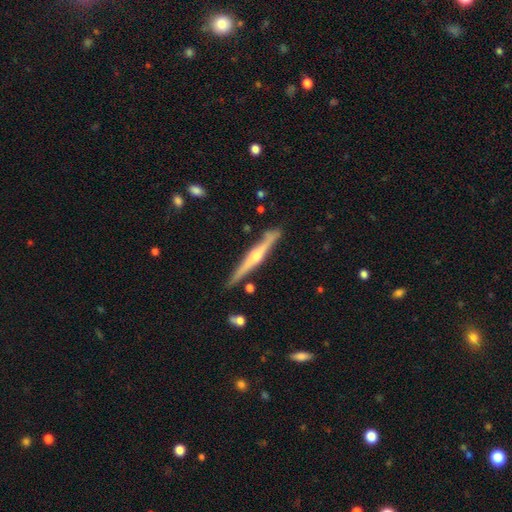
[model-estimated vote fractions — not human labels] This is likely a featured or disk galaxy (76%). It is clearly viewed edge-on (98%). Edge-on bulge: clearly rounded (89%). Merging: clearly none (86%).